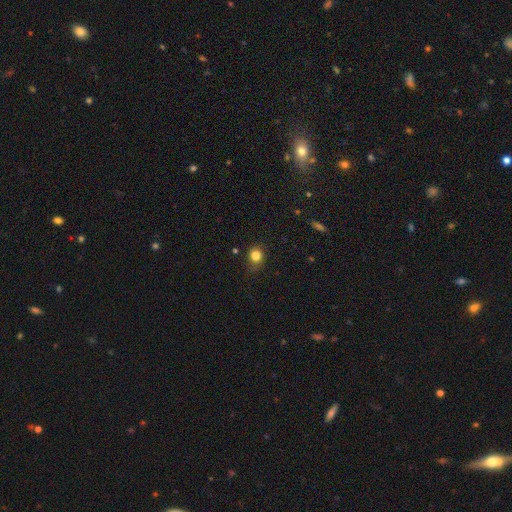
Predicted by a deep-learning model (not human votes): A smooth galaxy with no disk features (82%) that is round (74%). Merging: none (74%).